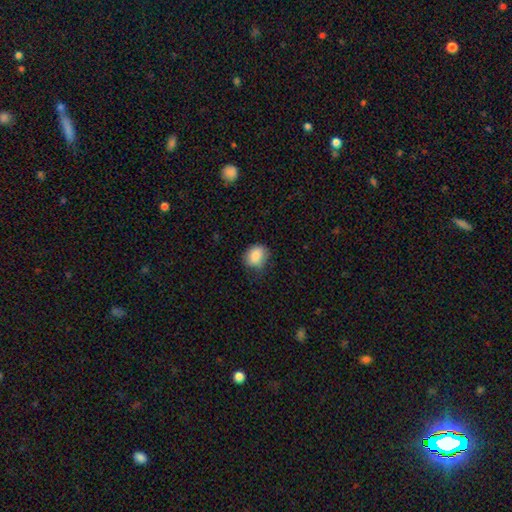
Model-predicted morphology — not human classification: A smooth galaxy with no disk features (87%) that is round (58%). Merging: none (69%).